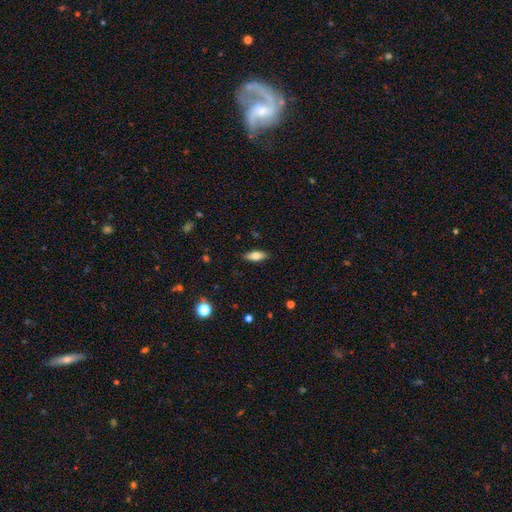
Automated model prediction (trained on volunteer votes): This is likely a smooth galaxy (78%). How rounded: likely in between (78%). Merging: clearly none (87%).